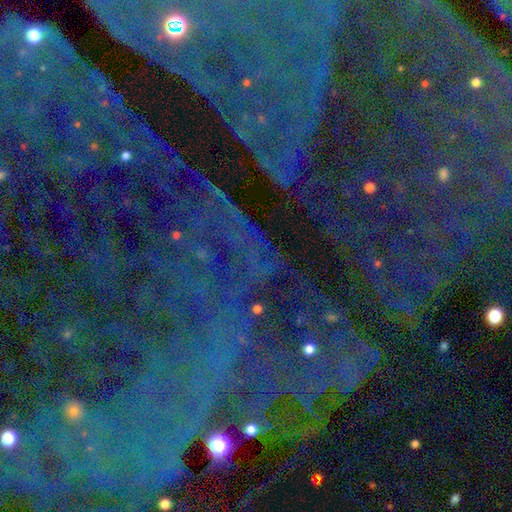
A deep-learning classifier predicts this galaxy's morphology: The model was most divided on "smooth or featured": star or artifact: 85%, featured or disk: 8%, smooth: 7%.